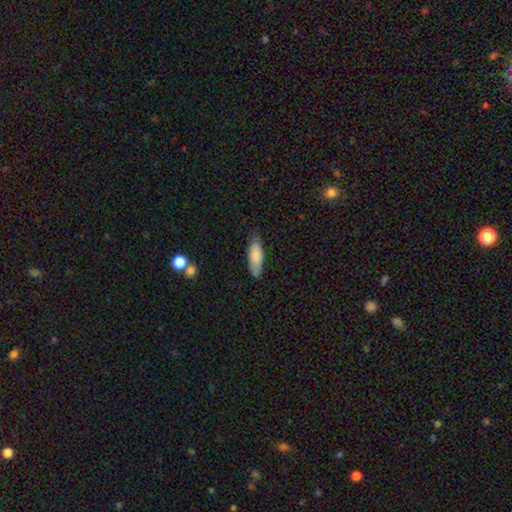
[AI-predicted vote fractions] Overall: smooth (82%). How rounded: in between (58%; cigar-shaped 40%). Merging: none (74%).